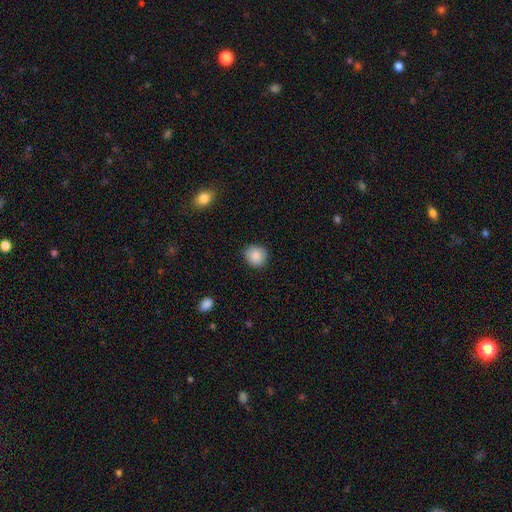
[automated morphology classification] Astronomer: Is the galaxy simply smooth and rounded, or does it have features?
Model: smooth — 88%.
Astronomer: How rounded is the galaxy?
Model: round — 85%.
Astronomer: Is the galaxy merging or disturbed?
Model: none — 87%.